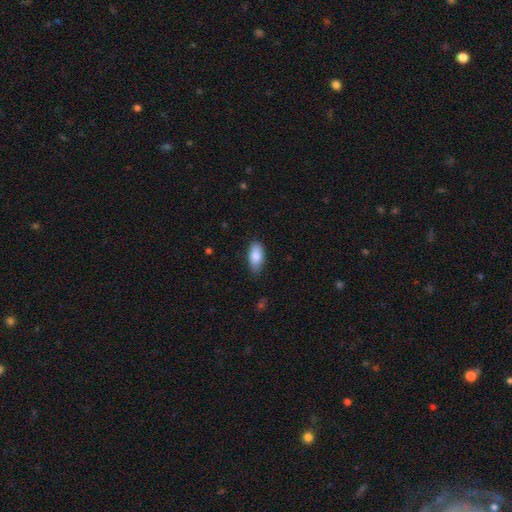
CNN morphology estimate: smooth_or_featured: smooth (p=0.86) [alt: featured or disk p=0.07]
how_rounded: in between (p=0.90) [alt: cigar-shaped p=0.08]
merging: none (p=0.80) [alt: minor disturbance p=0.17]